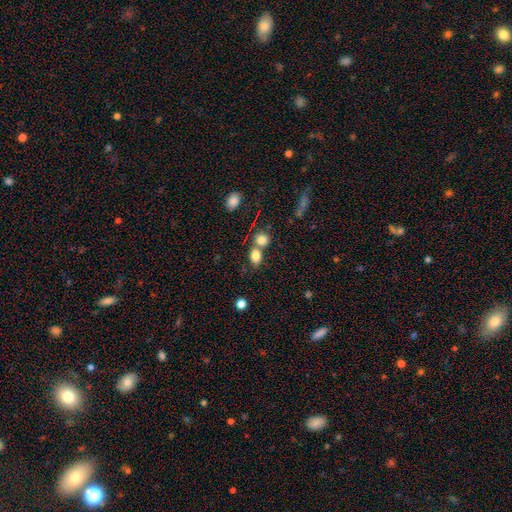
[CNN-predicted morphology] The model was most divided on "merging": none: 47%, merger: 40%, minor disturbance: 9%, major disturbance: 4%. More confident: smooth or featured — smooth (82%); how rounded — in between (70%).